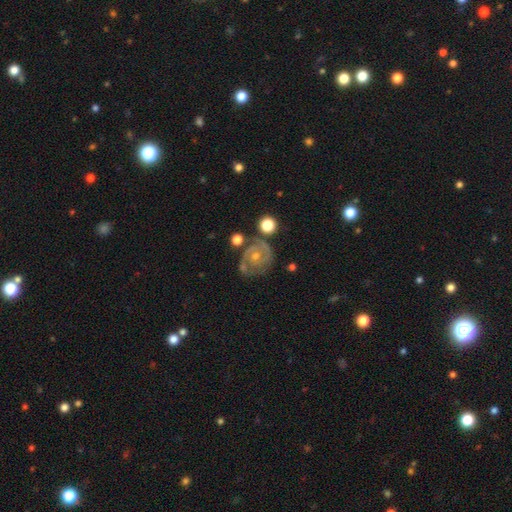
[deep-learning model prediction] Smooth or featured? Predicted: featured or disk (p=0.78). Edge-on disk? Predicted: no (p=0.98). Bar? Predicted: no (p=0.76). Spiral arms? Predicted: yes (p=0.87). Spiral winding? Predicted: tight (p=0.65). Spiral arm count? Predicted: 2 (p=0.53). Bulge size? Predicted: small (p=0.56). Merging? Predicted: none (p=0.71).